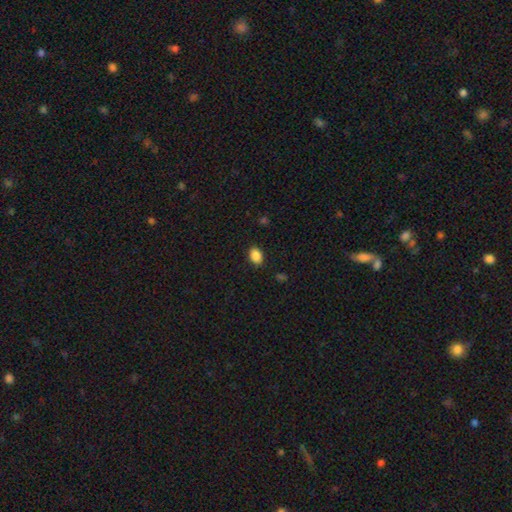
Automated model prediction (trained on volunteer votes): Smooth or featured? Predicted: smooth (p=0.87). How rounded? Predicted: in between (p=0.75). Merging? Predicted: none (p=0.88).